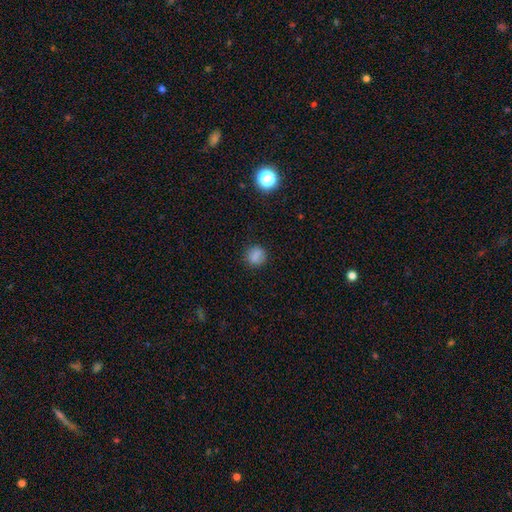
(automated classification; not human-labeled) Smooth or featured? Predicted: smooth (p=0.82). How rounded? Predicted: round (p=0.82). Merging? Predicted: none (p=0.86).